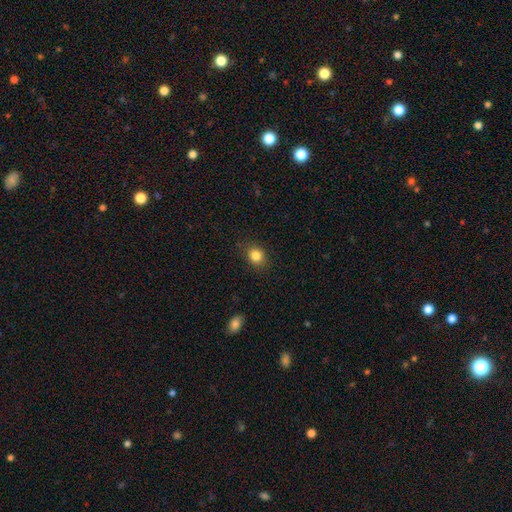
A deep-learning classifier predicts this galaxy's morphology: A smooth galaxy with no disk features (84%) that is round (71%). Merging: none (87%).